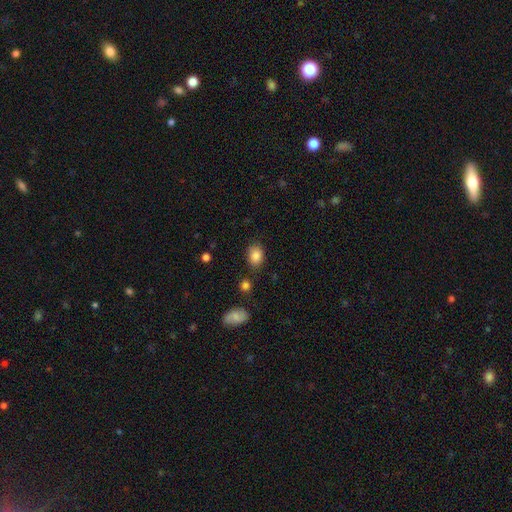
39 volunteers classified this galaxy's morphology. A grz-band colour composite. It shows a smooth galaxy with no disk features (79%) that is in between round and cigar-shaped (58%). Merging: none (75%).